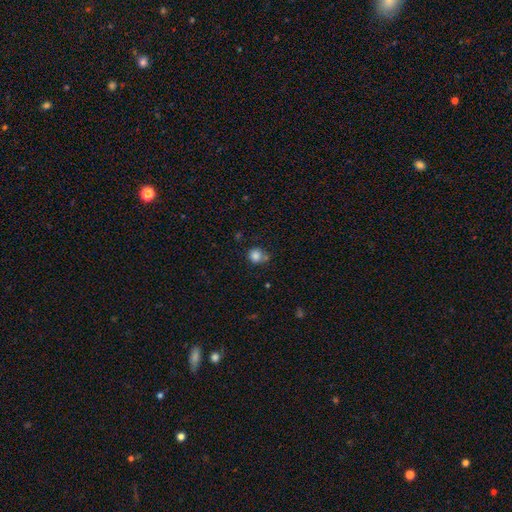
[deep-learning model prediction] smooth_or_featured: smooth (p=0.84) [alt: star or artifact p=0.11]
how_rounded: round (p=0.88) [alt: in between p=0.12]
merging: none (p=0.61) [alt: minor disturbance p=0.19]